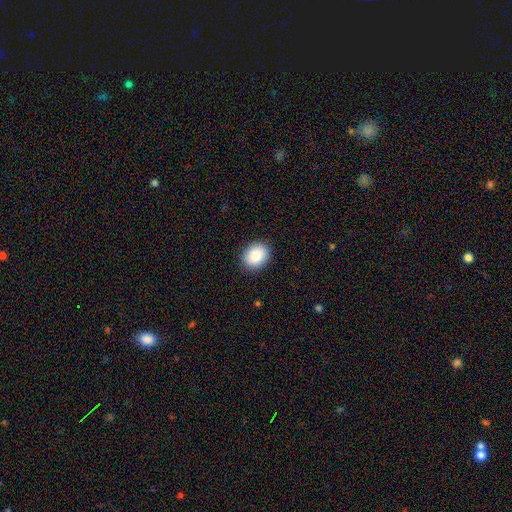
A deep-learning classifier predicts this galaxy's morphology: Smooth or featured? Predicted: smooth (p=0.88). How rounded? Predicted: in between (p=0.55). Merging? Predicted: none (p=0.90).